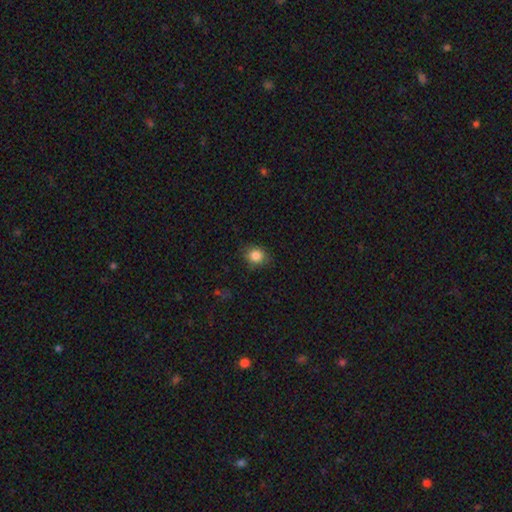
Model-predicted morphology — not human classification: Smooth or featured: smooth — 85% (star or artifact — 10%)
How rounded: round — 73% (in between — 26%)
Merging: none — 82% (minor disturbance — 13%)